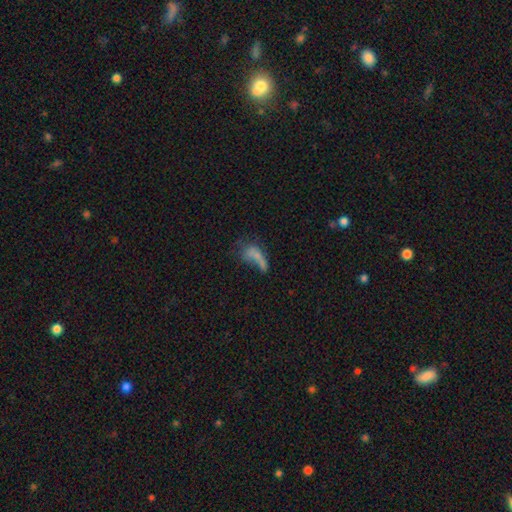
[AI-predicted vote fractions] Smooth or featured? smooth (55%)
How rounded? in between (69%)
Merging? merger (34%)